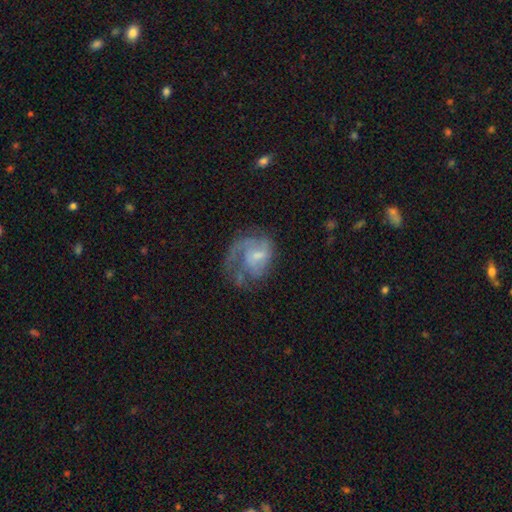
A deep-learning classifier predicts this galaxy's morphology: smooth-or-featured: featured or disk: 70% | smooth: 23% | star or artifact: 8%
  disk-edge-on: no: 98% | yes: 2%
    bar: no: 49% | weak: 44% | strong: 7%
    has-spiral-arms: yes: 79% | no: 21%
      spiral-winding: medium: 42% | tight: 29% | loose: 29%
      spiral-arm-count: 1: 35% | can't tell: 26% | 2: 23% | 3: 11% | 4: 3% | more than 4: 3%
    bulge-size: small: 45% | moderate: 33% | none: 17% | large: 4% | dominant: 1%
  merging: major disturbance: 38% | none: 37% | minor disturbance: 21% | merger: 3%